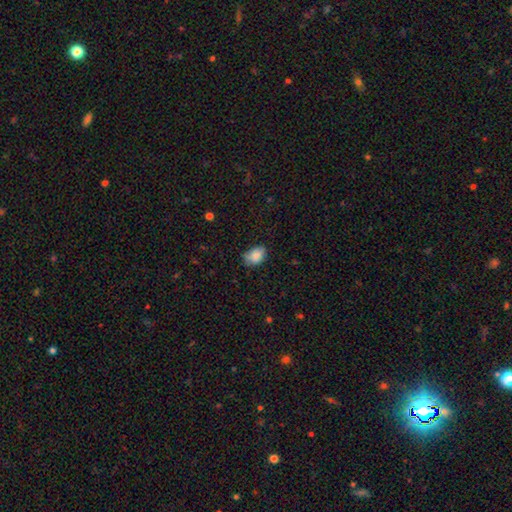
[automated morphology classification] Overall: smooth (86%). How rounded: in between (80%). Merging: none (67%).